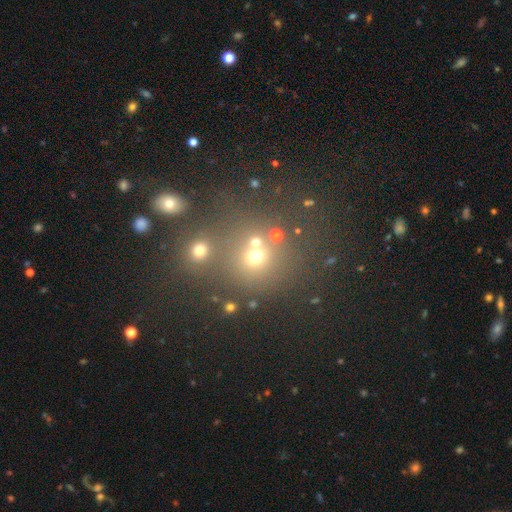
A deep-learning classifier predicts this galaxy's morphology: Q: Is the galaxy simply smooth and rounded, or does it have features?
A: smooth — 59%.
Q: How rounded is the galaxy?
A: round — 85%.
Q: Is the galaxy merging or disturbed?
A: none — 59%.